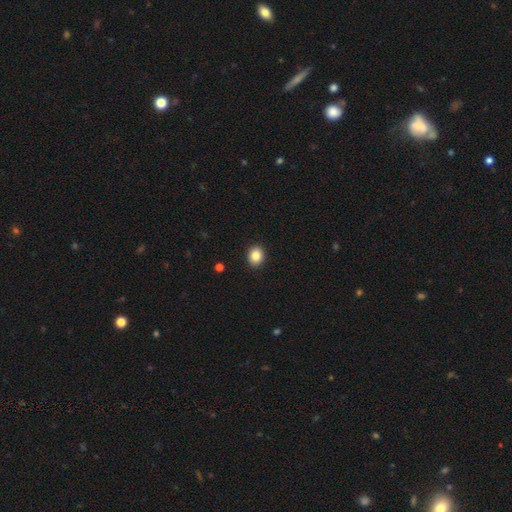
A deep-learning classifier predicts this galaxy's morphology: Q: Smooth or featured?
A: smooth (86%); runner-up: star or artifact (9%)
Q: How rounded?
A: round (61%); runner-up: in between (38%)
Q: Merging?
A: none (92%); runner-up: minor disturbance (6%)